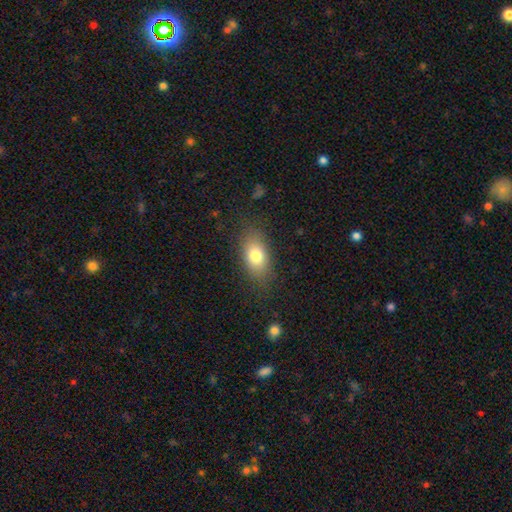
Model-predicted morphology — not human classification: Smooth or featured? Predicted: smooth (p=0.78). How rounded? Predicted: in between (p=0.85). Merging? Predicted: none (p=0.81).